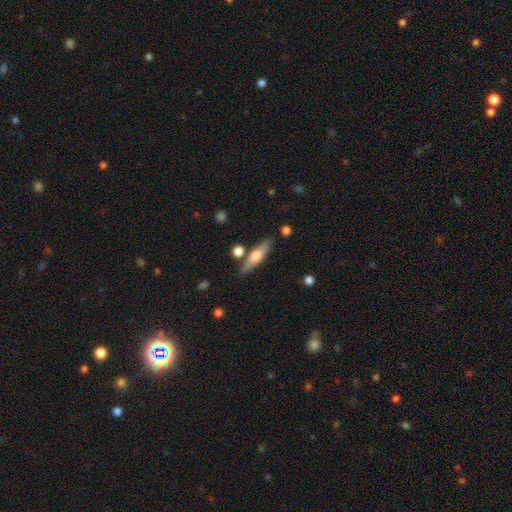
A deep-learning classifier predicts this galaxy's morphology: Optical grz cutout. It shows a smooth galaxy with no disk features (49%). Merging: none (81%).